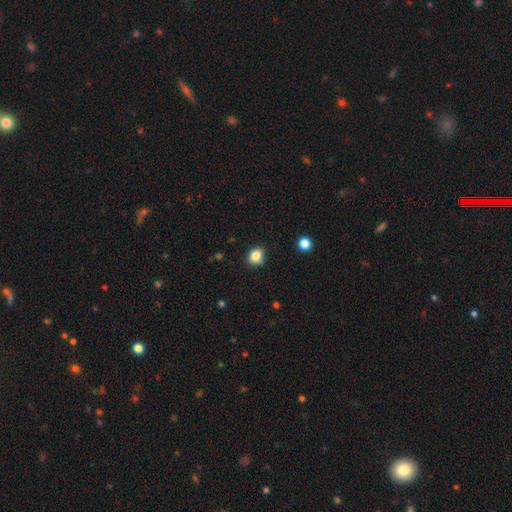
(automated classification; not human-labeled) The model was most divided on "how rounded": round: 60%, in between: 39%, cigar-shaped: 1%. More confident: smooth or featured — smooth (84%); merging — none (82%).